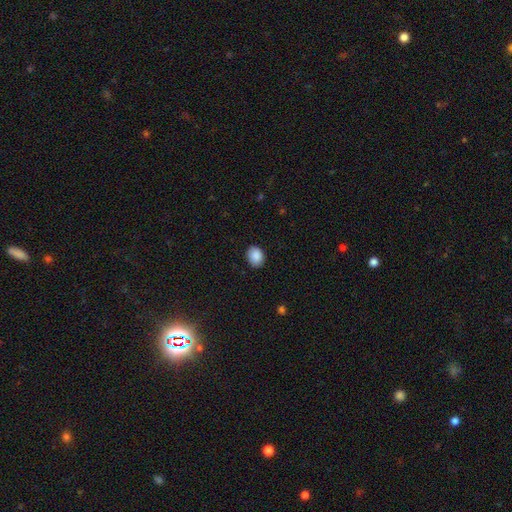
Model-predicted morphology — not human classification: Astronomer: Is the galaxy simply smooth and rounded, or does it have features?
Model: smooth — 89%.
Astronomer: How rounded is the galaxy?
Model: in between — 55% (runner-up: round, 44%).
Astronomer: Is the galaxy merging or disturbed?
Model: none — 88%.